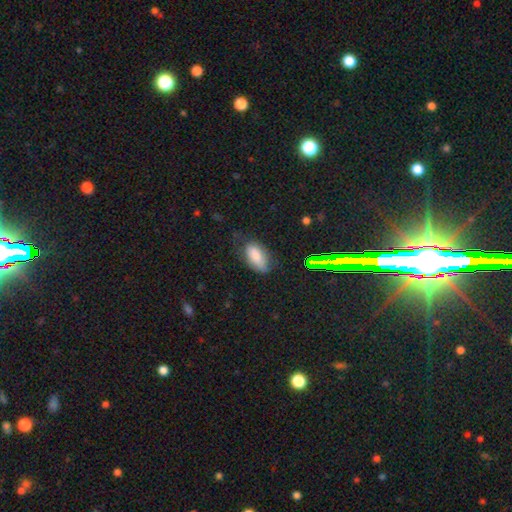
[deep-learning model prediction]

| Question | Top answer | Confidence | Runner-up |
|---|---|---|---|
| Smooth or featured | smooth | 78% | featured or disk (11%) |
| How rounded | in between | 91% | cigar-shaped (6%) |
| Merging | none | 57% | minor disturbance (28%) |